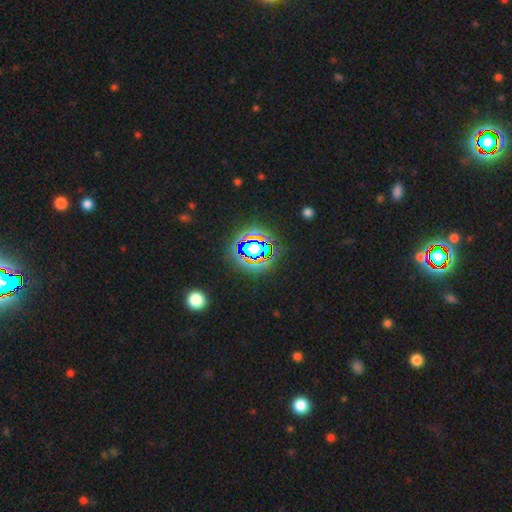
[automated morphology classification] smooth_or_featured: star or artifact (p=0.77) [alt: smooth p=0.14]